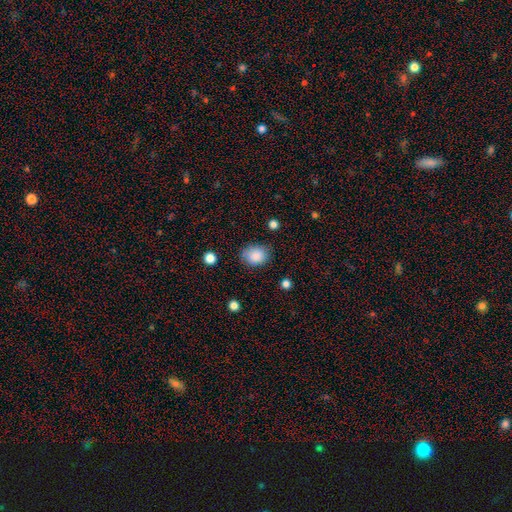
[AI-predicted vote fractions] Smooth or featured? smooth (87%)
How rounded? round (54%)
Merging? none (77%)